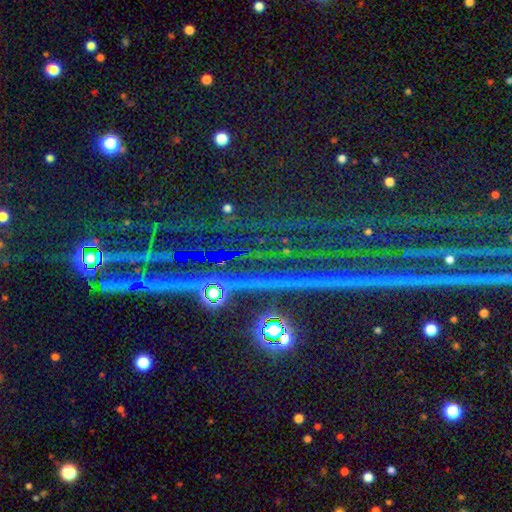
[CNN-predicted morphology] A star or artifact, not a galaxy (86%).

Vote fractions:
- Smooth or featured? star or artifact: 86% / featured or disk: 8% / smooth: 6%